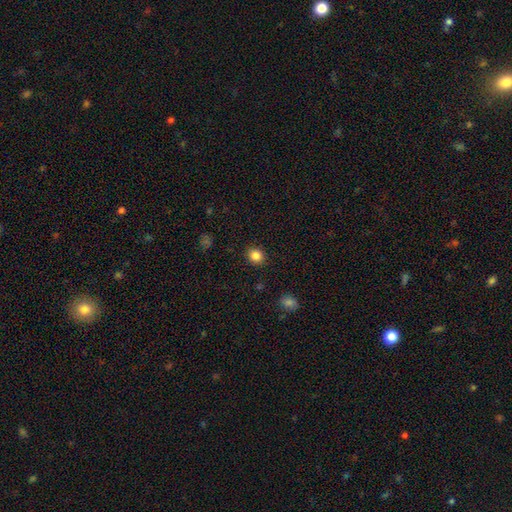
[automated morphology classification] smooth-or-featured: smooth: 84% | star or artifact: 11% | featured or disk: 4%
  how-rounded: round: 81% | in between: 18% | cigar-shaped: 1%
  merging: none: 91% | minor disturbance: 6% | major disturbance: 2% | merger: 1%